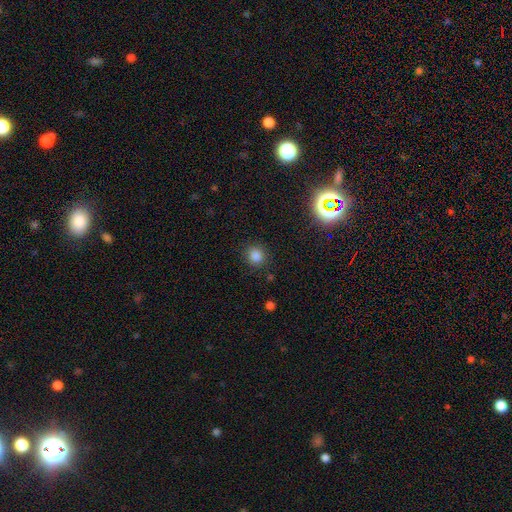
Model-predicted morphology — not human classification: This appears to be a smooth galaxy with no disk features (83%) that is round (90%). Merging: none (89%).